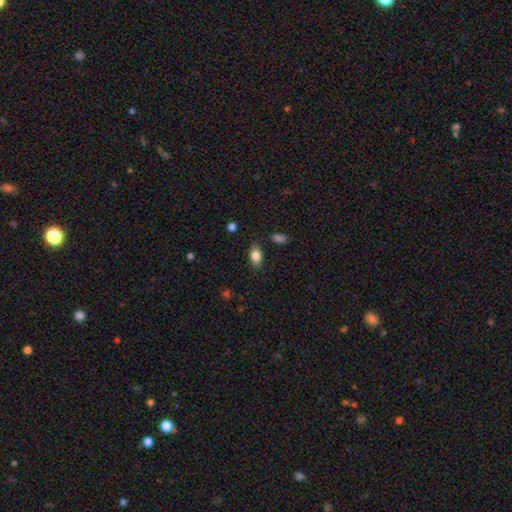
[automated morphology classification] smooth 84%, star or artifact 8%, featured or disk 8%. Down the decision tree: how rounded — in between (86%); merging — none (82%).